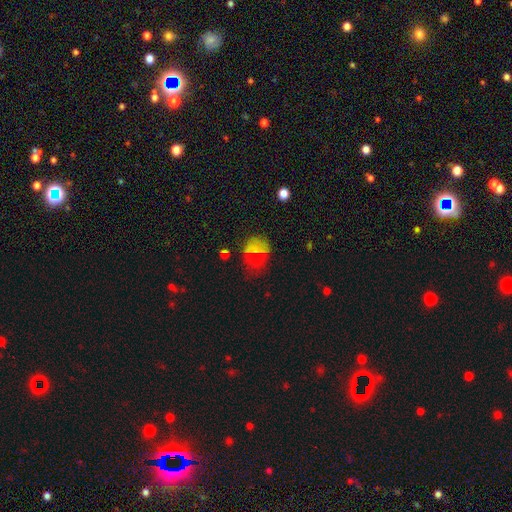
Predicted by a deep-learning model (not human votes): Overall: smooth (55%; star or artifact 30%). How rounded: round (55%; in between 43%). Merging: none (59%; minor disturbance 22%).